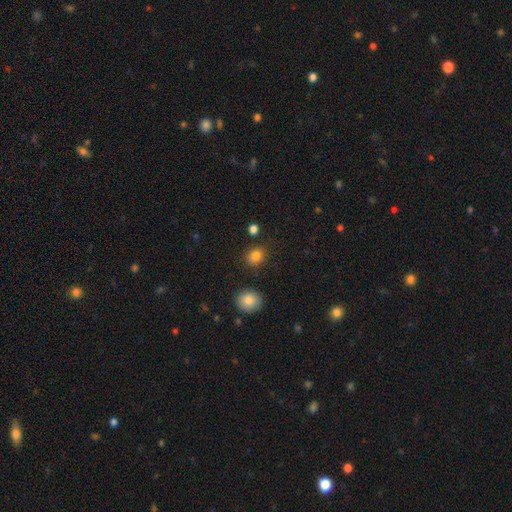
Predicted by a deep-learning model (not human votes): Smooth or featured? Predicted: smooth (p=0.83). How rounded? Predicted: round (p=0.66). Merging? Predicted: none (p=0.84).